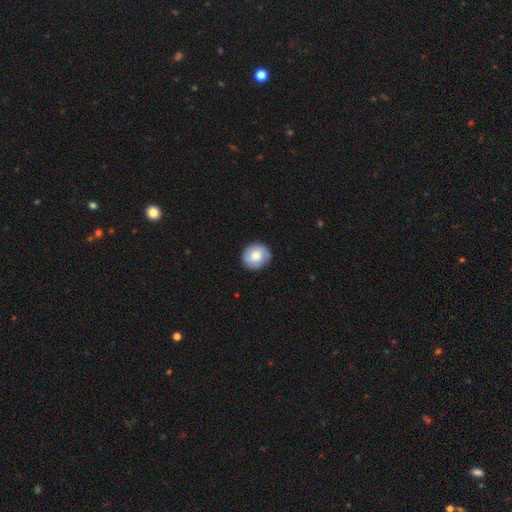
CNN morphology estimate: Q: Smooth or featured?
A: smooth (71%); runner-up: featured or disk (22%)
Q: How rounded?
A: round (86%); runner-up: in between (13%)
Q: Merging?
A: none (83%); runner-up: minor disturbance (13%)